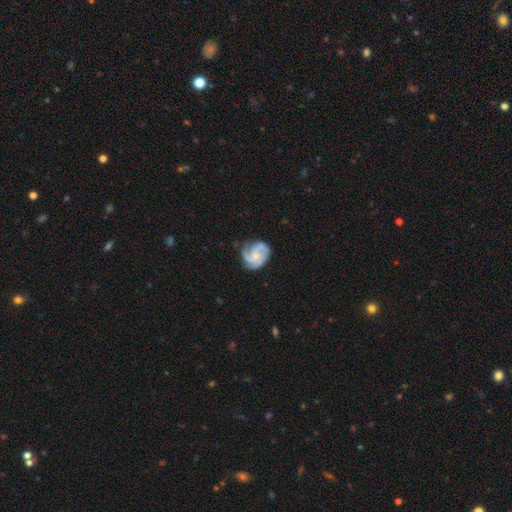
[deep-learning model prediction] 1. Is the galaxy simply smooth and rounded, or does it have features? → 85% featured or disk, 10% smooth, 5% star or artifact.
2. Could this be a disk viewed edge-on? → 98% no, 2% yes.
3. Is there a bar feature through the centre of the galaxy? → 72% no, 24% weak, 4% strong.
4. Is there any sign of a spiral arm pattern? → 97% yes, 3% no.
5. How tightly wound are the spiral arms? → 46% medium, 41% tight, 13% loose.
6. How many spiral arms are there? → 65% 3, 12% 2, 8% 4, 7% can't tell, 4% 1, 4% more than 4.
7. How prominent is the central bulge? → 61% small, 29% moderate, 7% none, 2% large, 1% dominant.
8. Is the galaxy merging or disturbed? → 68% none, 22% minor disturbance, 9% major disturbance, 1% merger.